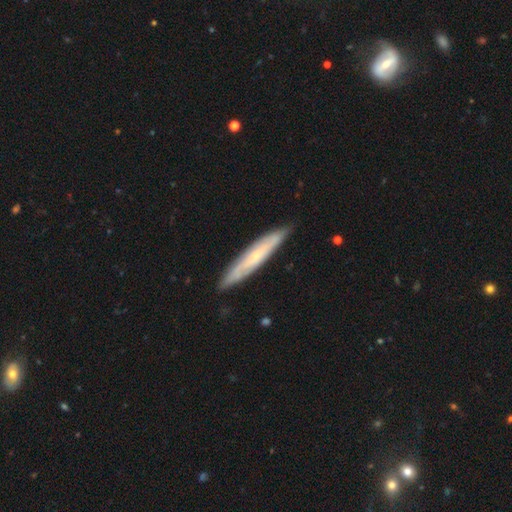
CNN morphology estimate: featured or disk 56%, smooth 38%, star or artifact 6%. Down the decision tree: edge-on disk — yes (71%); merging — none (86%).